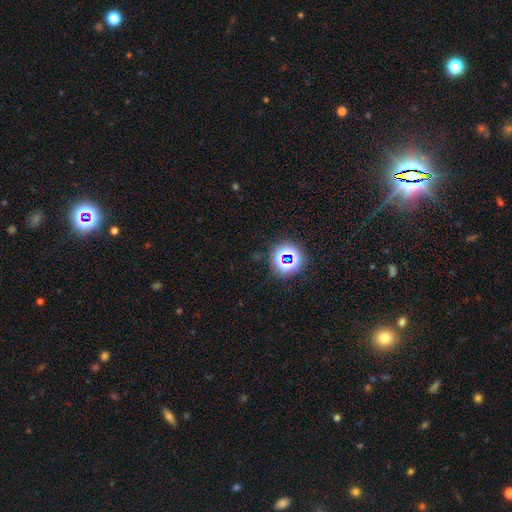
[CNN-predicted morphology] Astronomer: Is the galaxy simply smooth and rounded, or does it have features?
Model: star or artifact — 76%.